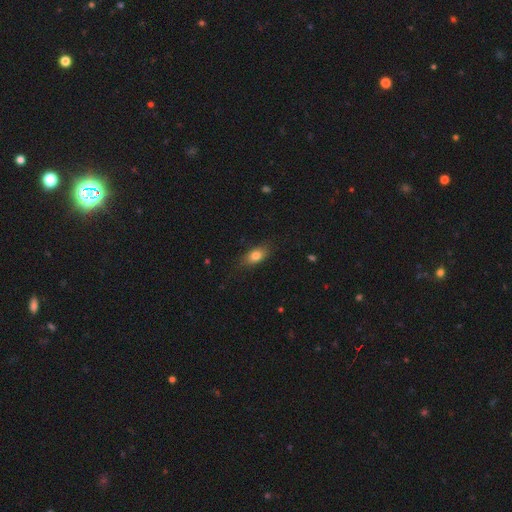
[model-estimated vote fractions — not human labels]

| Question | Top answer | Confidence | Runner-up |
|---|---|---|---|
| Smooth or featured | smooth | 77% | featured or disk (14%) |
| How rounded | in between | 81% | cigar-shaped (11%) |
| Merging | none | 81% | minor disturbance (15%) |